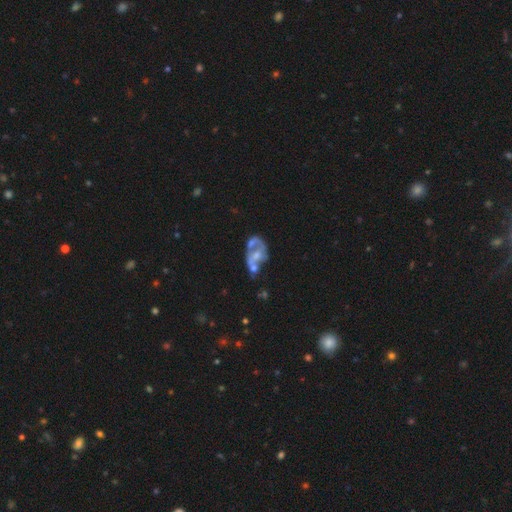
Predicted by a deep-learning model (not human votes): A featured or disk galaxy (64%) with no bar (76%), no spiral arms (68%) and a moderate central bulge (37%). Merging: merger (41%).